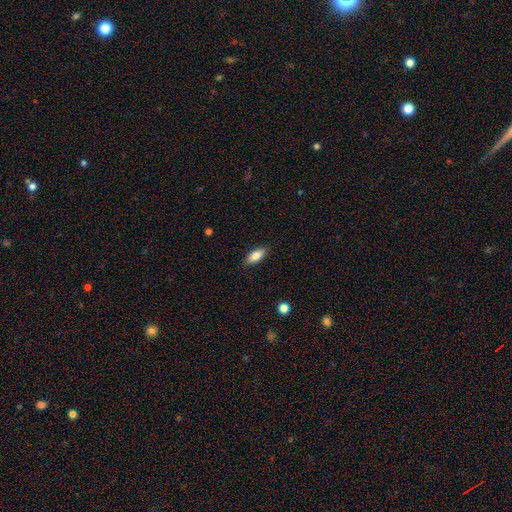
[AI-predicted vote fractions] The model was most divided on "how rounded": in between: 79%, cigar-shaped: 18%, round: 3%. More confident: merging — none (86%); smooth or featured — smooth (78%).